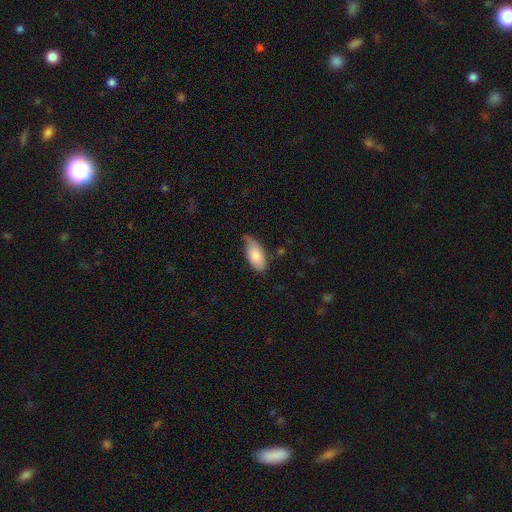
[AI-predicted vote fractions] This is clearly a smooth galaxy (81%). How rounded: clearly in between (91%). Merging: possibly none (51%).